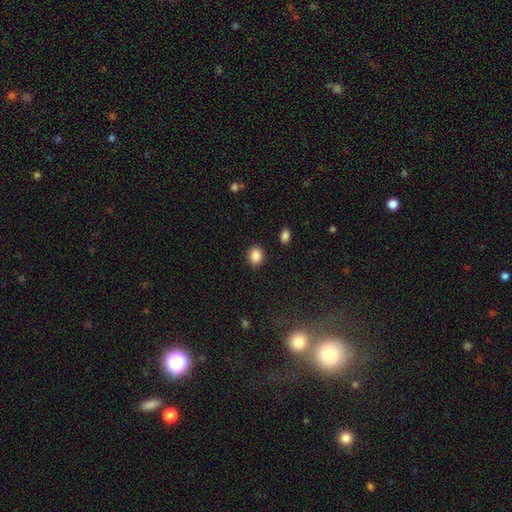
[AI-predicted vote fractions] Overall: smooth (88%). How rounded: round (57%; in between 42%). Merging: none (88%).